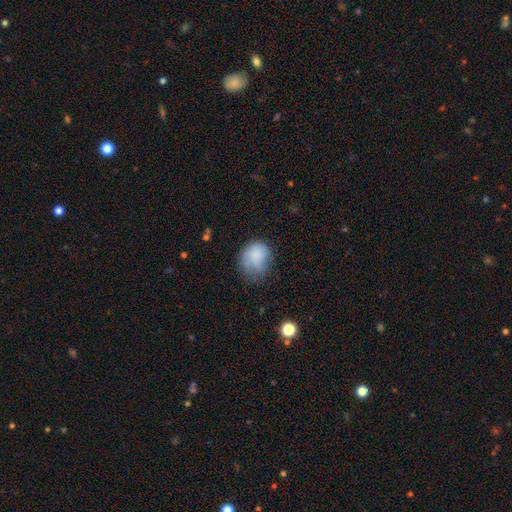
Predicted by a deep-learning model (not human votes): A smooth galaxy with no disk features (78%) that is round (61%). Merging: none (43%).